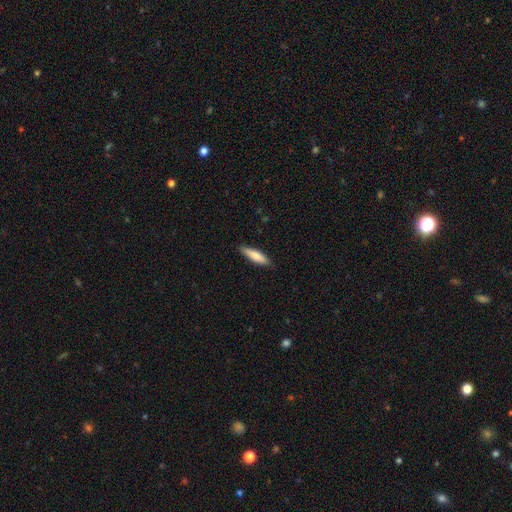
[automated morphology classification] Smooth or featured?
  - smooth: 78% *
  - featured or disk: 17%
  - star or artifact: 6%
How rounded?
  - cigar-shaped: 73% *
  - in between: 26%
  - round: 1%
Merging?
  - none: 88% *
  - minor disturbance: 10%
  - major disturbance: 2%
  - merger: 1%